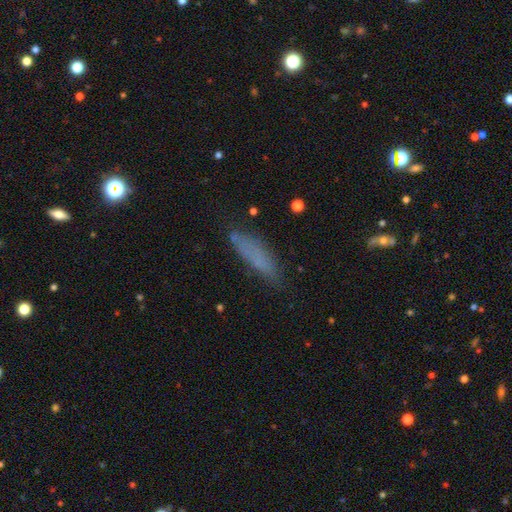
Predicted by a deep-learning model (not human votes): This is likely a smooth galaxy (70%). How rounded: likely cigar-shaped (68%). Merging: likely none (72%).